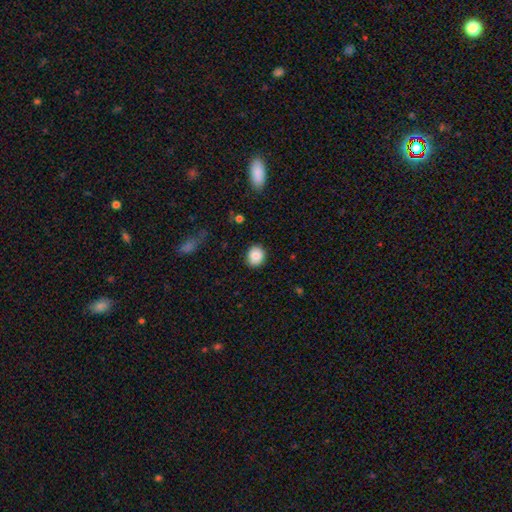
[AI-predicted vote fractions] smooth_or_featured: smooth (p=0.84) [alt: star or artifact p=0.08]
how_rounded: round (p=0.73) [alt: in between p=0.26]
merging: none (p=0.86) [alt: minor disturbance p=0.10]